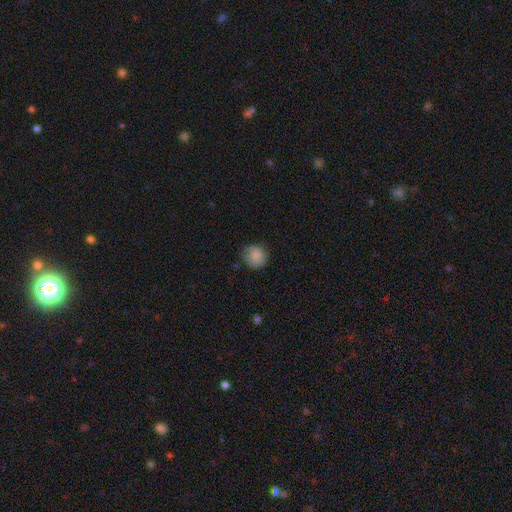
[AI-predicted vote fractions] A smooth galaxy with no disk features (83%) that is round (83%). Merging: none (71%).